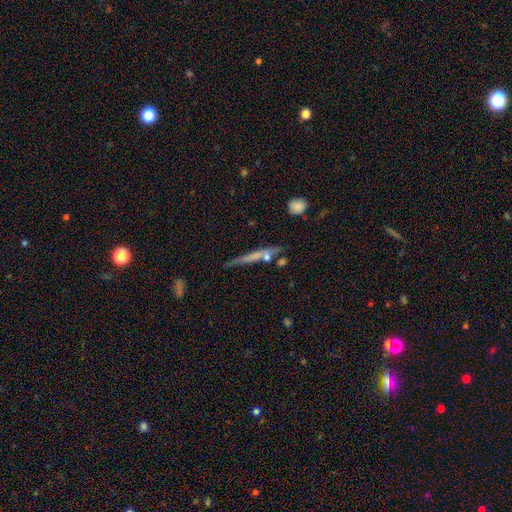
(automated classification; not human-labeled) Overall: featured or disk (49%; smooth 42%). Merging: none (69%).